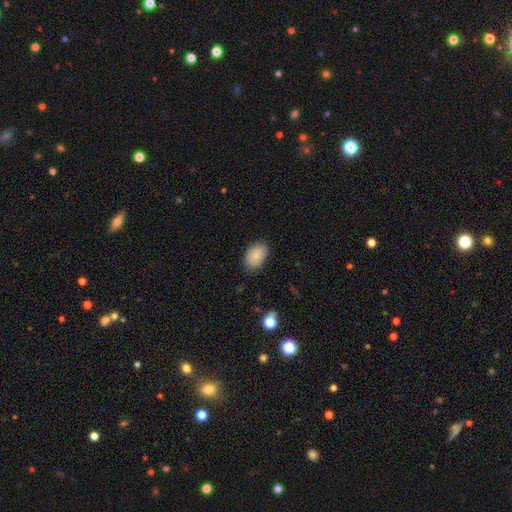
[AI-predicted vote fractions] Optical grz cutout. It shows a smooth galaxy with no disk features (87%) that is in between round and cigar-shaped (86%). Merging: none (83%).